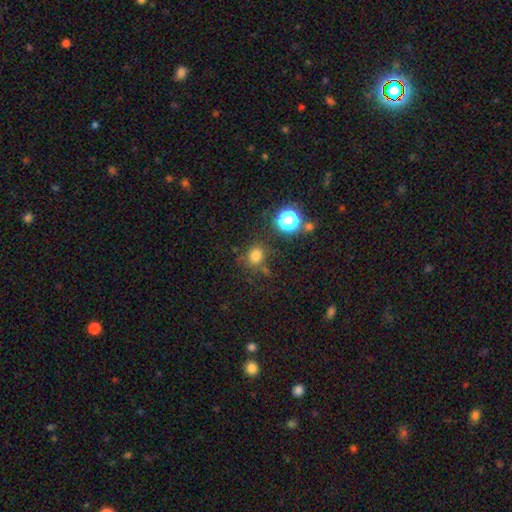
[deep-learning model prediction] A smooth galaxy with no disk features (74%) that is round (80%).

Vote fractions:
- Smooth or featured? smooth: 74% / star or artifact: 19% / featured or disk: 7%
- How rounded? round: 80% / in between: 19% / cigar-shaped: 1%
- Merging? none: 72% / minor disturbance: 15% / merger: 7% / major disturbance: 6%